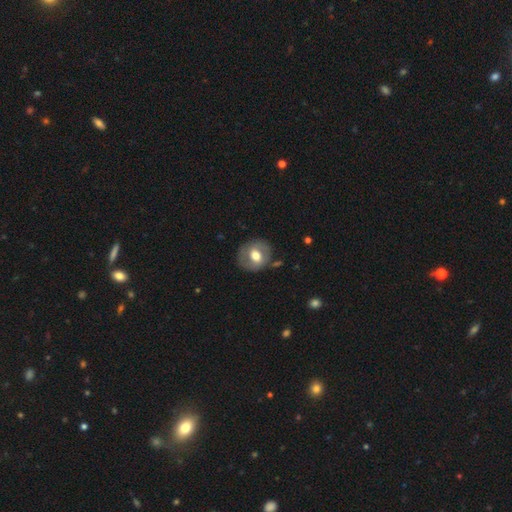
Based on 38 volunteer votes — Q: Smooth or featured?
A: smooth (58%); runner-up: featured or disk (34%)
Q: How rounded?
A: round (68%); runner-up: in between (32%)
Q: Merging?
A: none (80%); runner-up: minor disturbance (11%)